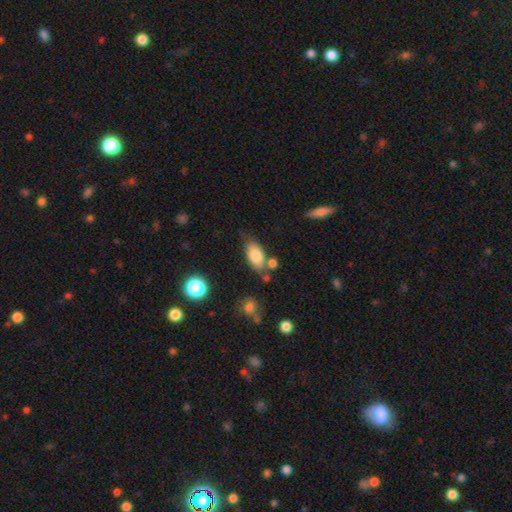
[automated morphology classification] A smooth galaxy with no disk features (82%) that is in between round and cigar-shaped (92%). Merging: none (64%).